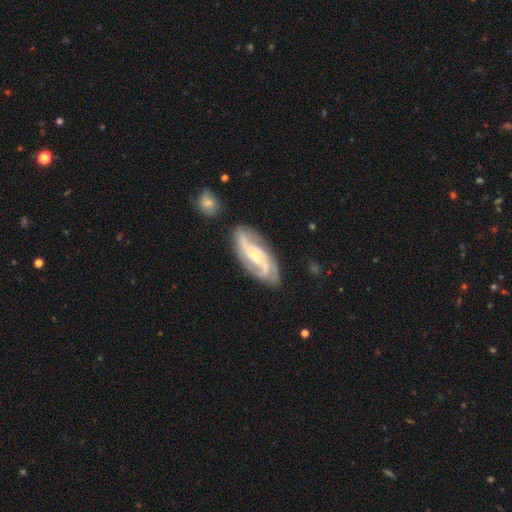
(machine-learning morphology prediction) Smooth or featured? featured or disk (85%)
Edge-on disk? no (94%)
Bar? no (49%)
Spiral arms? yes (97%)
Spiral winding? medium (47%)
Spiral arm count? 2 (52%)
Bulge size? small (68%)
Merging? none (77%)